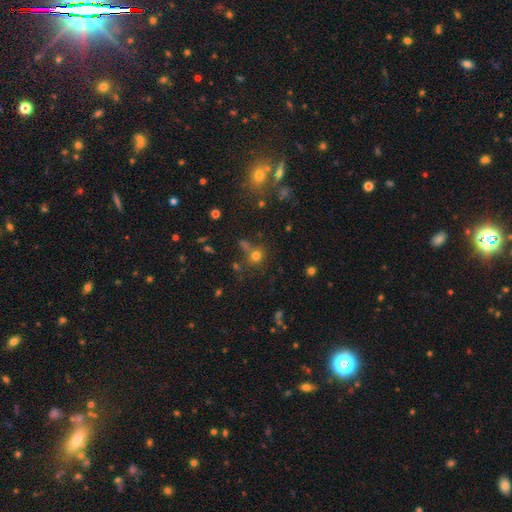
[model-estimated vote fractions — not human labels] Smooth or featured?
  - smooth: 71% *
  - star or artifact: 21%
  - featured or disk: 8%
How rounded?
  - round: 87% *
  - in between: 12%
  - cigar-shaped: 1%
Merging?
  - none: 68% *
  - merger: 14%
  - minor disturbance: 12%
  - major disturbance: 6%